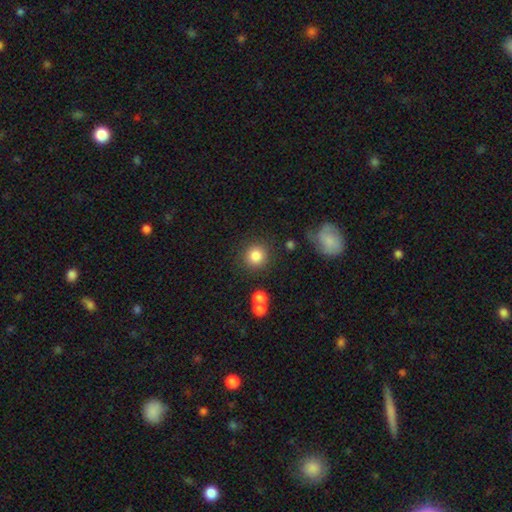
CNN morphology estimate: A smooth galaxy with no disk features (84%) that is round (91%).

Vote fractions:
- Smooth or featured? smooth: 84% / star or artifact: 10% / featured or disk: 6%
- How rounded? round: 91% / in between: 8% / cigar-shaped: 1%
- Merging? none: 84% / minor disturbance: 8% / merger: 5% / major disturbance: 4%